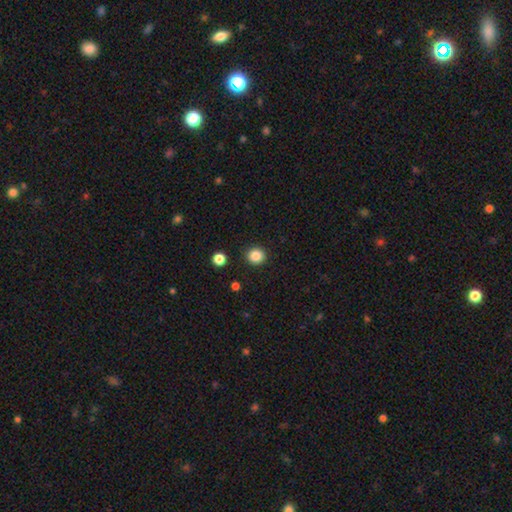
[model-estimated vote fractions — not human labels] A smooth galaxy with no disk features (86%) that is round (89%). Merging: none (91%).